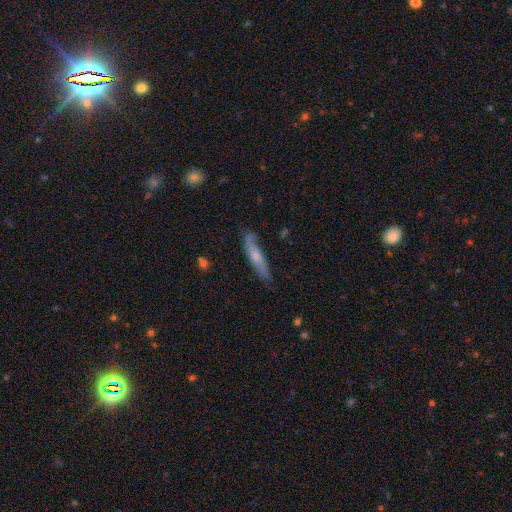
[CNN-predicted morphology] This is possibly a smooth galaxy (52%). How rounded: clearly cigar-shaped (87%). Merging: likely none (76%).